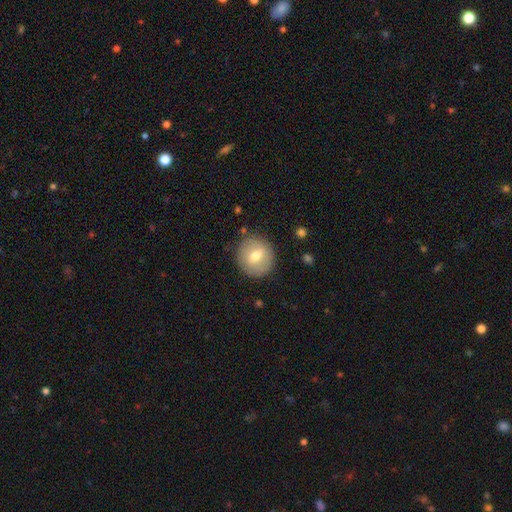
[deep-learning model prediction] A smooth galaxy with no disk features (65%) that is round (89%). Merging: none (87%).